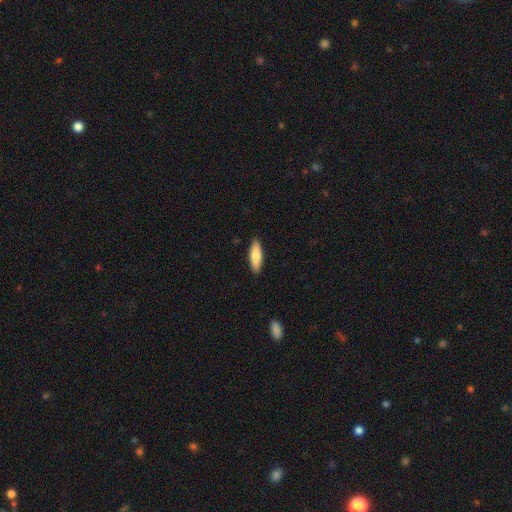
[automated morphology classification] smooth_or_featured: smooth (p=0.82) [alt: featured or disk p=0.12]
how_rounded: cigar-shaped (p=0.50) [alt: in between p=0.48]
merging: none (p=0.89) [alt: minor disturbance p=0.08]